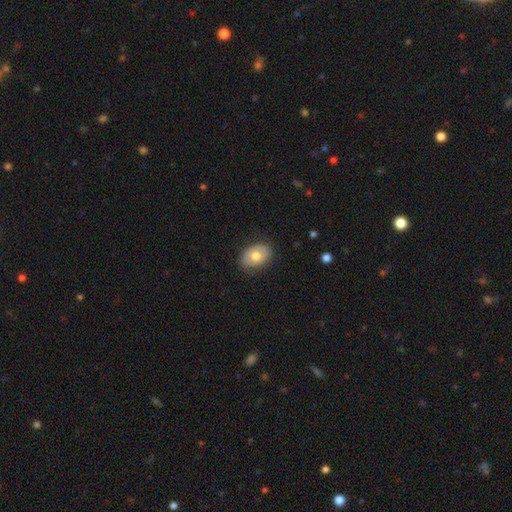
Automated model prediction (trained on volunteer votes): smooth 63%, featured or disk 30%, star or artifact 7%. Down the decision tree: how rounded — in between (78%); merging — none (82%).